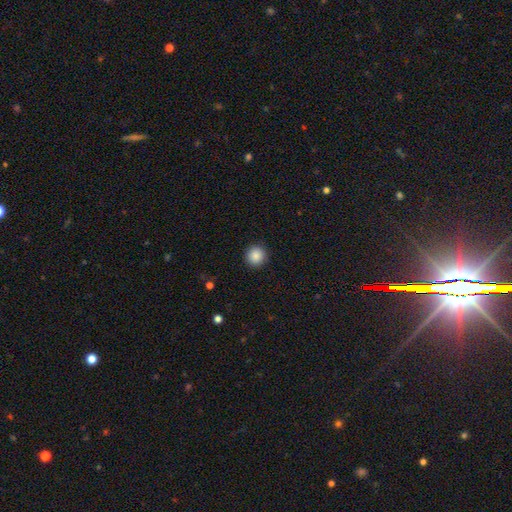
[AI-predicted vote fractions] This appears to be a smooth galaxy with no disk features (88%) that is round (94%). Merging: none (92%).